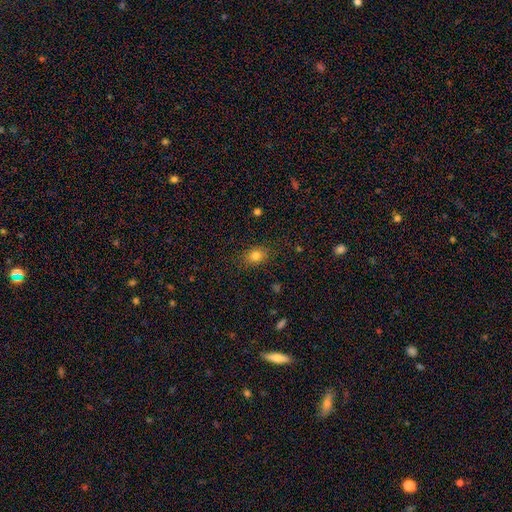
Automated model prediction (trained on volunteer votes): A smooth galaxy with no disk features (81%) that is in between round and cigar-shaped (58%).

Vote fractions:
- Smooth or featured? smooth: 81% / star or artifact: 12% / featured or disk: 7%
- How rounded? in between: 58% / round: 40% / cigar-shaped: 2%
- Merging? none: 84% / minor disturbance: 12% / major disturbance: 3% / merger: 1%